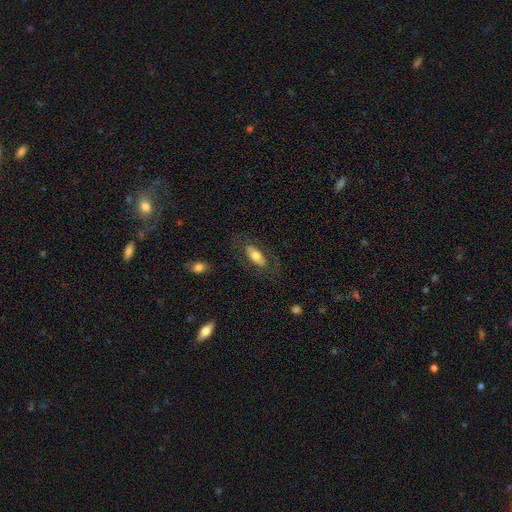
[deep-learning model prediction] Smooth or featured? smooth (62%)
How rounded? in between (83%)
Merging? none (74%)